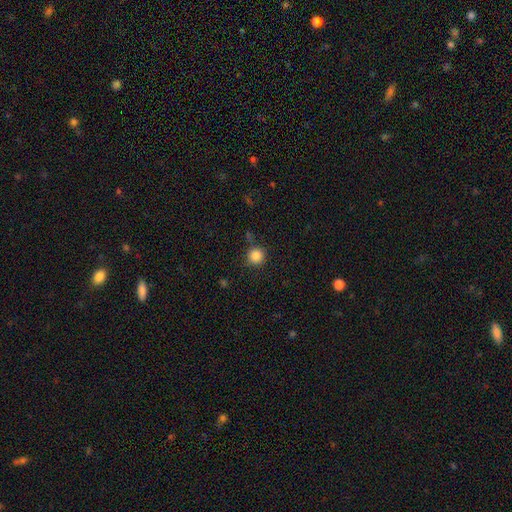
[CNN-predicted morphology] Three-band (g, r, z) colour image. It shows a smooth galaxy with no disk features (85%) that is round (93%). Merging: none (85%).